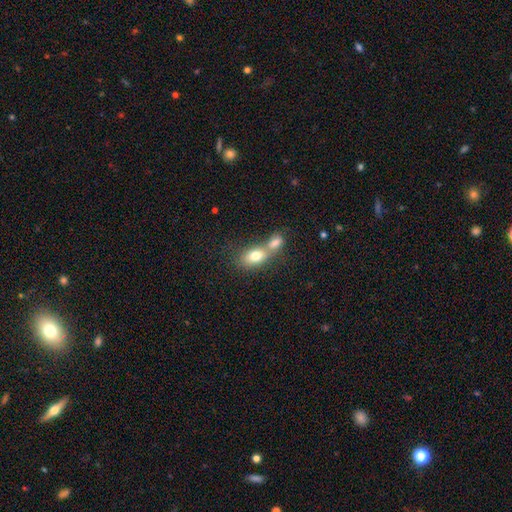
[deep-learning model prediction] Overall: smooth (76%). How rounded: in between (80%). Merging: merger (63%; none 26%).